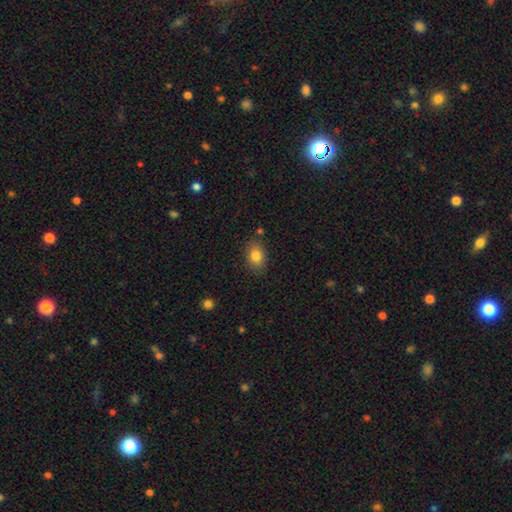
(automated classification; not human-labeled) smooth-or-featured: smooth: 83% | star or artifact: 9% | featured or disk: 8%
  how-rounded: in between: 72% | round: 27% | cigar-shaped: 1%
  merging: none: 81% | minor disturbance: 12% | merger: 3% | major disturbance: 3%